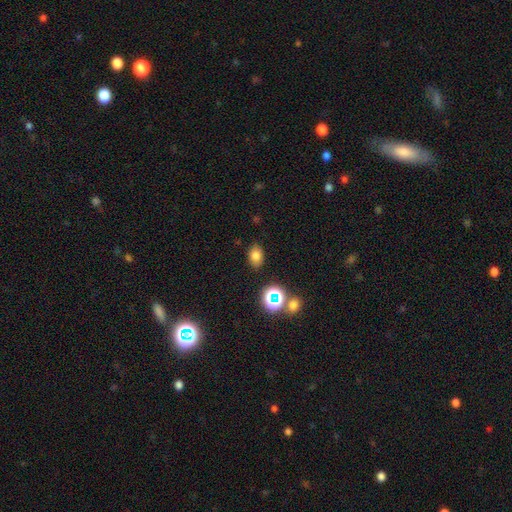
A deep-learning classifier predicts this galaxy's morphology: smooth_or_featured: smooth (p=0.76) [alt: star or artifact p=0.16]
how_rounded: in between (p=0.79) [alt: round p=0.20]
merging: none (p=0.84) [alt: minor disturbance p=0.10]